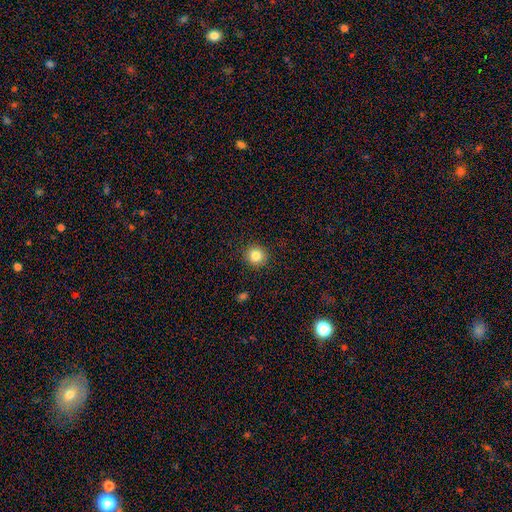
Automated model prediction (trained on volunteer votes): Q: Smooth or featured?
A: smooth (84%); runner-up: star or artifact (10%)
Q: How rounded?
A: round (92%); runner-up: in between (8%)
Q: Merging?
A: none (91%); runner-up: minor disturbance (6%)